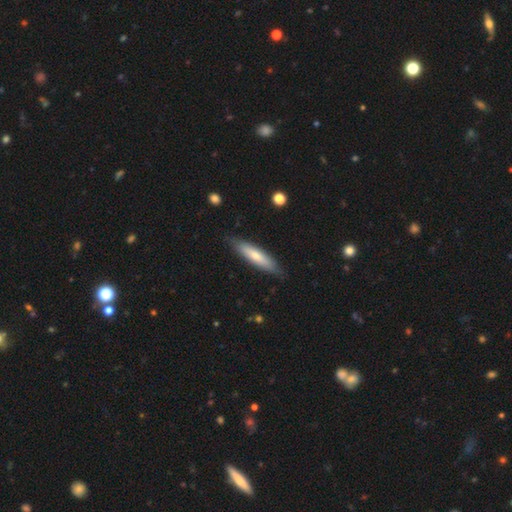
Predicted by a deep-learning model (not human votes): Overall: smooth (67%; featured or disk 28%). How rounded: cigar-shaped (76%). Merging: none (84%).